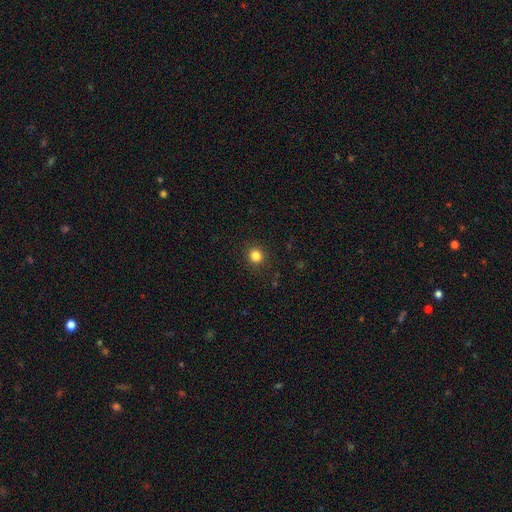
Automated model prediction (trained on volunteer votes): This is clearly a smooth galaxy (84%). How rounded: clearly round (89%). Merging: clearly none (90%).